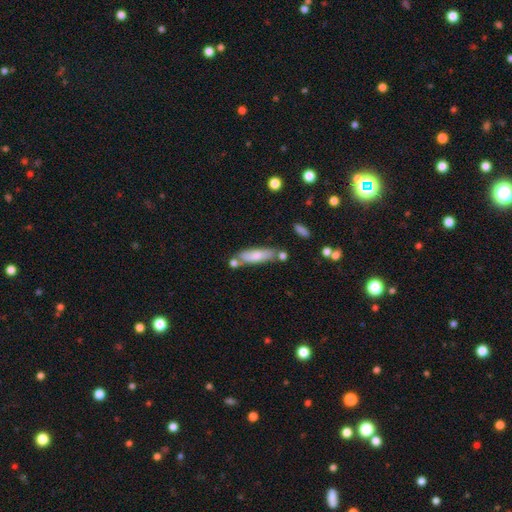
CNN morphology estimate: smooth_or_featured: smooth (p=0.71) [alt: featured or disk p=0.23]
how_rounded: cigar-shaped (p=0.63) [alt: in between p=0.35]
merging: none (p=0.63) [alt: minor disturbance p=0.17]